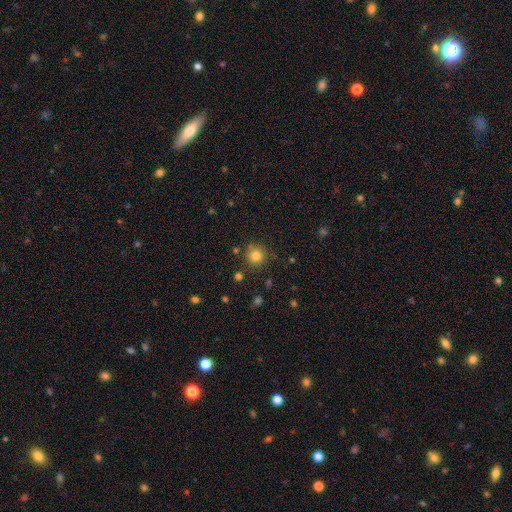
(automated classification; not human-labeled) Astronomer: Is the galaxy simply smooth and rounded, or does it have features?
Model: smooth — 81%.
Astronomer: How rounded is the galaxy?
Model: round — 93%.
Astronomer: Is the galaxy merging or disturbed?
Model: none — 84%.